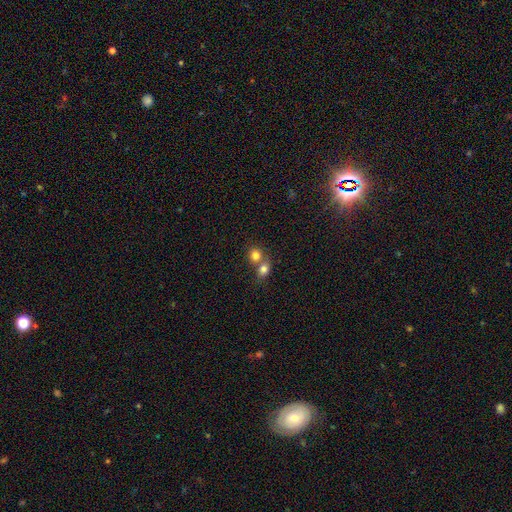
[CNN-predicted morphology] This appears to be a smooth galaxy with no disk features (80%) that is round (78%). Merging: merger (54%).